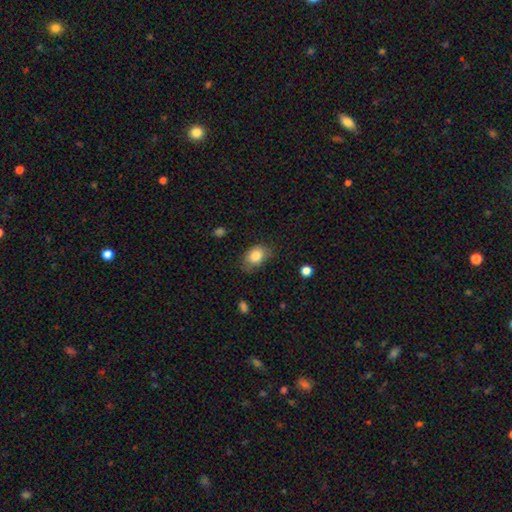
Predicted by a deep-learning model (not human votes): smooth_or_featured: smooth (p=0.83) [alt: featured or disk p=0.09]
how_rounded: in between (p=0.75) [alt: round p=0.24]
merging: none (p=0.66) [alt: minor disturbance p=0.26]